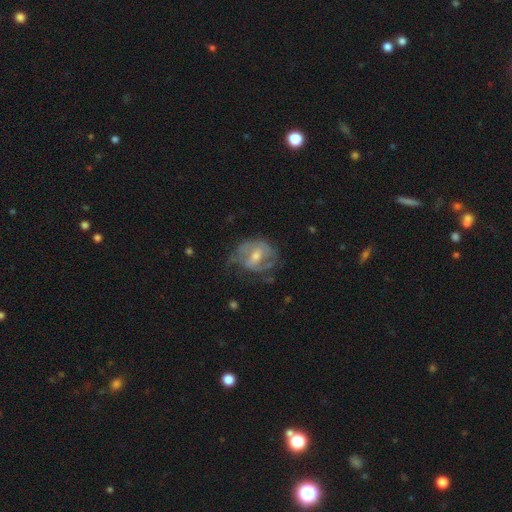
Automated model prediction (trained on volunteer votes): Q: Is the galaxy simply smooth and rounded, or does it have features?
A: featured or disk — 69%.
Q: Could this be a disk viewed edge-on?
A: no — 96%.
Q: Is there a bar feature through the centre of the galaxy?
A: weak — 47%.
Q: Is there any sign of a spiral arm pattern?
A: yes — 67%.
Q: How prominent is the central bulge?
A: moderate — 53%.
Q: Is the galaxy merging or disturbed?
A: none — 50%.